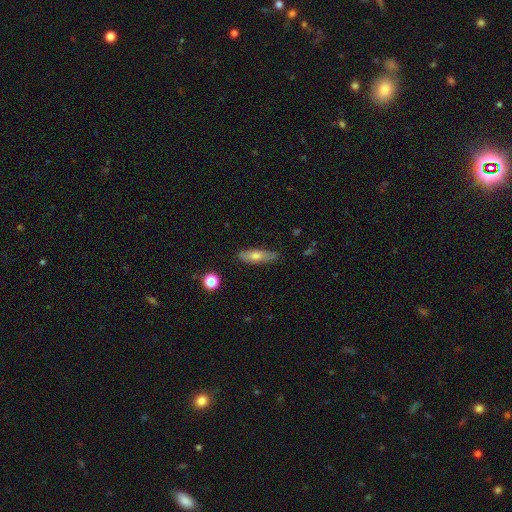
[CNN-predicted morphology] A smooth galaxy with no disk features (64%) that is cigar-shaped (53%).

Vote fractions:
- Smooth or featured? smooth: 64% / featured or disk: 28% / star or artifact: 7%
- How rounded? cigar-shaped: 53% / in between: 44% / round: 3%
- Merging? none: 80% / minor disturbance: 15% / major disturbance: 3% / merger: 2%